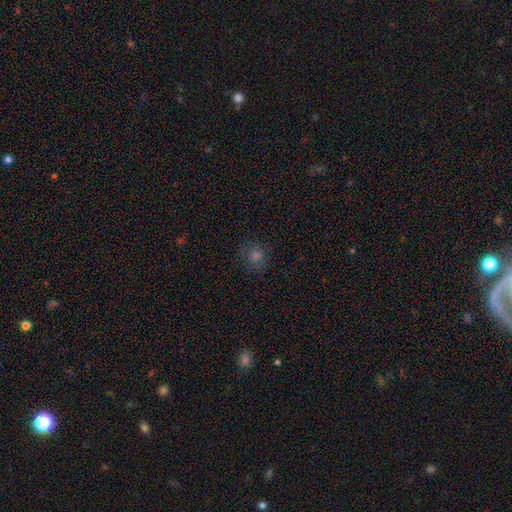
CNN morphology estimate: Smooth or featured?
  - smooth: 64% *
  - star or artifact: 26%
  - featured or disk: 10%
How rounded?
  - round: 86% *
  - in between: 13%
  - cigar-shaped: 1%
Merging?
  - none: 84% *
  - minor disturbance: 11%
  - major disturbance: 4%
  - merger: 1%